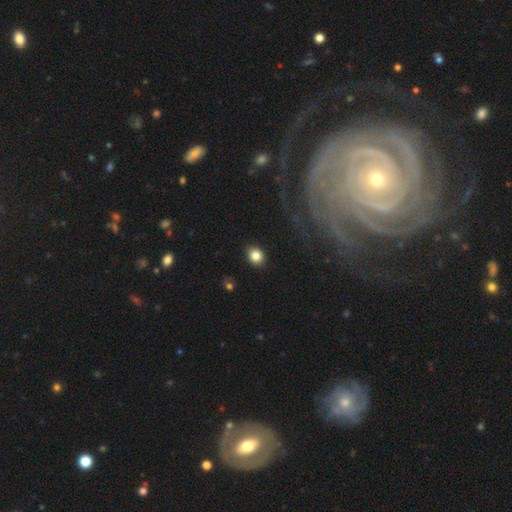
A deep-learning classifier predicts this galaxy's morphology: A smooth galaxy with no disk features (83%) that is in between round and cigar-shaped (52%). Merging: none (87%).